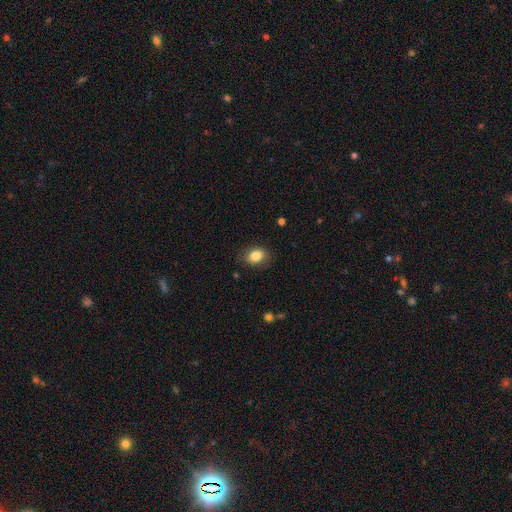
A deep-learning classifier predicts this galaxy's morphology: This is clearly a smooth galaxy (84%). How rounded: likely in between (66%). Merging: clearly none (82%).